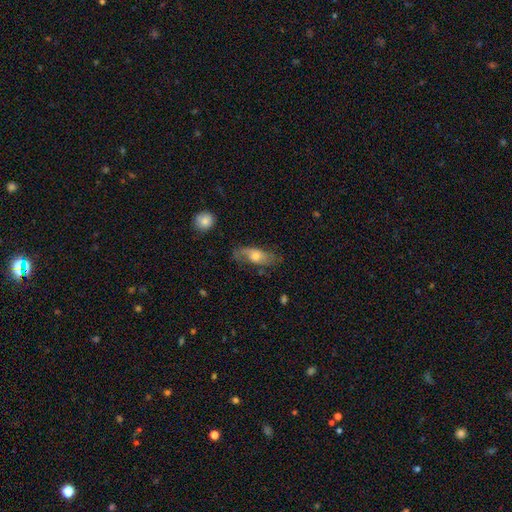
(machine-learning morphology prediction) A smooth galaxy with no disk features (49%).

Vote fractions:
- Smooth or featured? smooth: 49% / featured or disk: 44% / star or artifact: 8%
- Merging? none: 58% / minor disturbance: 26% / major disturbance: 13% / merger: 2%